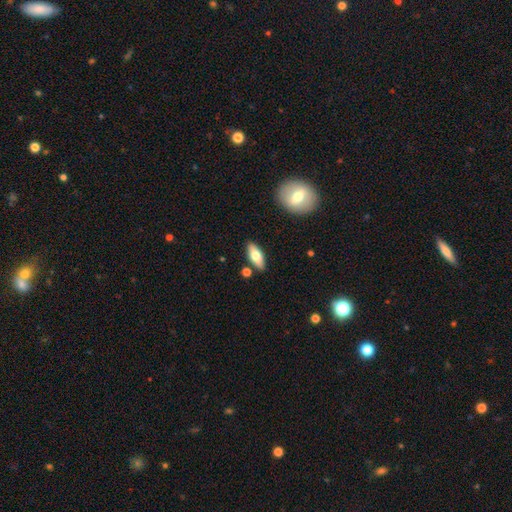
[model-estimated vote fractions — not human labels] Q: Smooth or featured?
A: smooth (70%); runner-up: featured or disk (24%)
Q: How rounded?
A: in between (78%); runner-up: cigar-shaped (19%)
Q: Merging?
A: none (84%); runner-up: minor disturbance (9%)